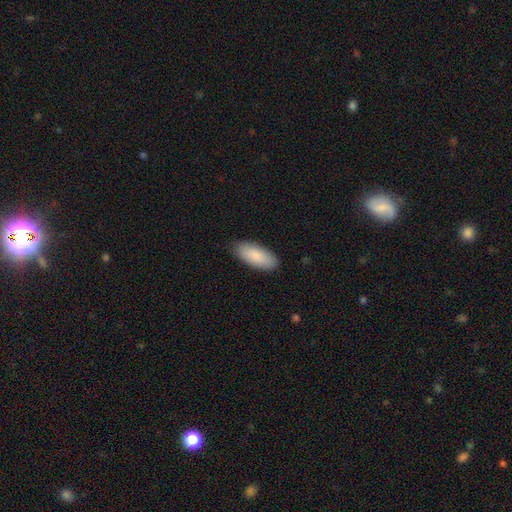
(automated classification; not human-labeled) The model was most divided on "how rounded": in between: 85%, cigar-shaped: 13%, round: 2%. More confident: smooth or featured — smooth (88%); merging — none (88%).